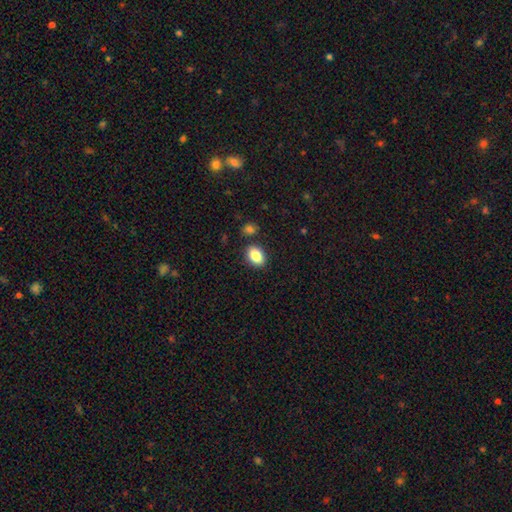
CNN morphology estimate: The model was most divided on "how rounded": in between: 83%, round: 16%, cigar-shaped: 1%. More confident: smooth or featured — smooth (86%); merging — none (85%).